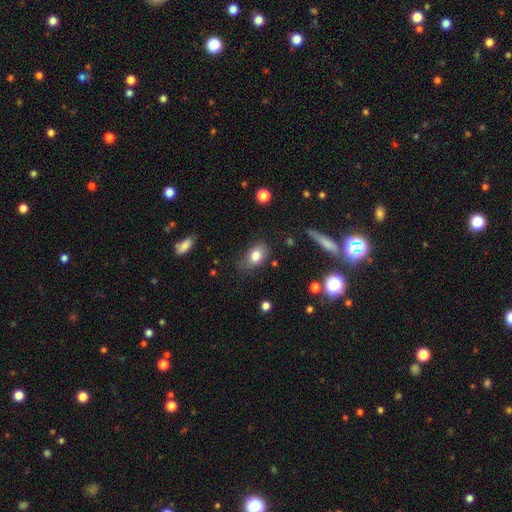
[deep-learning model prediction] smooth 80%, featured or disk 11%, star or artifact 9%. Down the decision tree: how rounded — in between (81%); merging — none (66%).